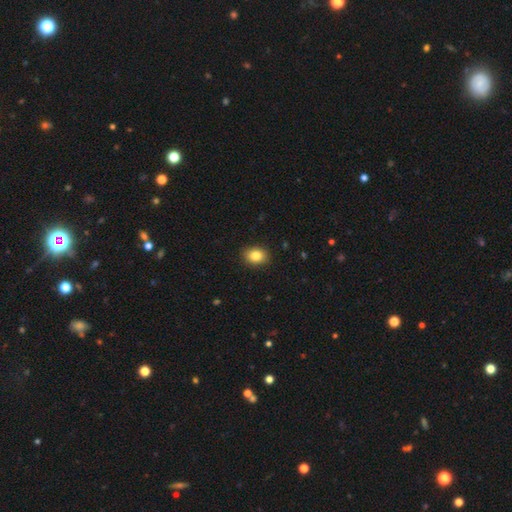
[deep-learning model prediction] Smooth or featured? Predicted: smooth (p=0.84). How rounded? Predicted: in between (p=0.61). Merging? Predicted: none (p=0.90).